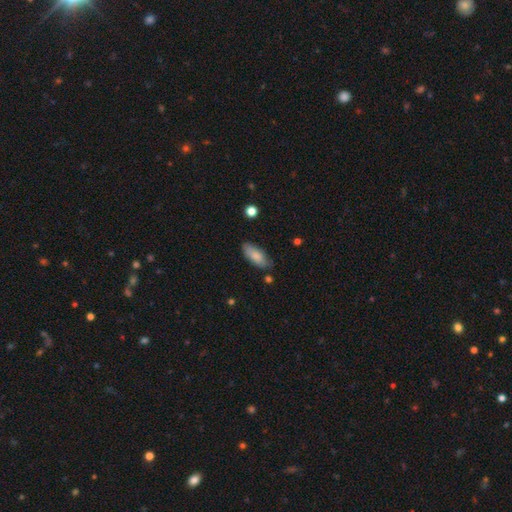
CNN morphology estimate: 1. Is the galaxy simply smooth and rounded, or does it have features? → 84% smooth, 10% featured or disk, 6% star or artifact.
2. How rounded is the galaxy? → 77% in between, 21% cigar-shaped, 2% round.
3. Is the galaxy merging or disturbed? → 77% none, 18% minor disturbance, 3% major disturbance, 3% merger.